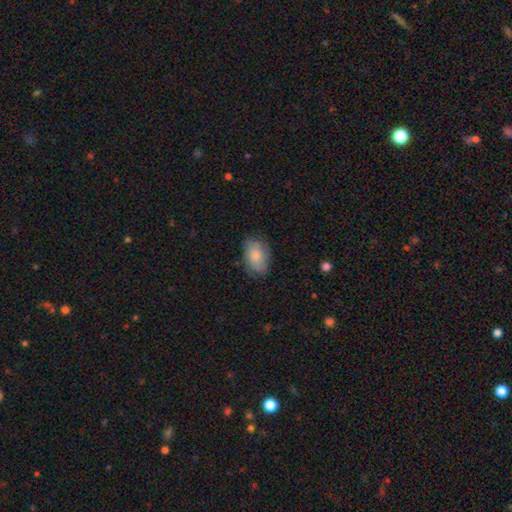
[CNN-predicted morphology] Smooth or featured? smooth (78%)
How rounded? in between (90%)
Merging? none (75%)